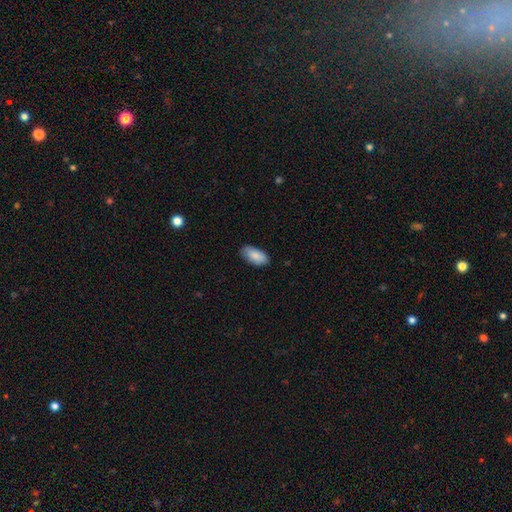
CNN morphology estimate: smooth_or_featured: smooth (p=0.87) [alt: featured or disk p=0.07]
how_rounded: in between (p=0.94) [alt: cigar-shaped p=0.04]
merging: none (p=0.82) [alt: minor disturbance p=0.14]